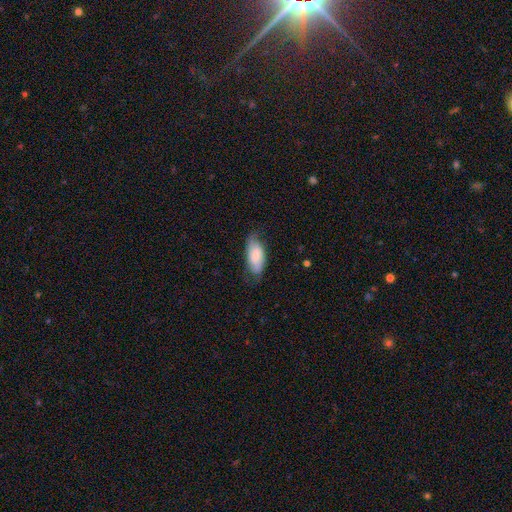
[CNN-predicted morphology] The model was most divided on "merging": none: 58%, minor disturbance: 30%, major disturbance: 10%, merger: 2%. More confident: how rounded — in between (88%); smooth or featured — smooth (68%).